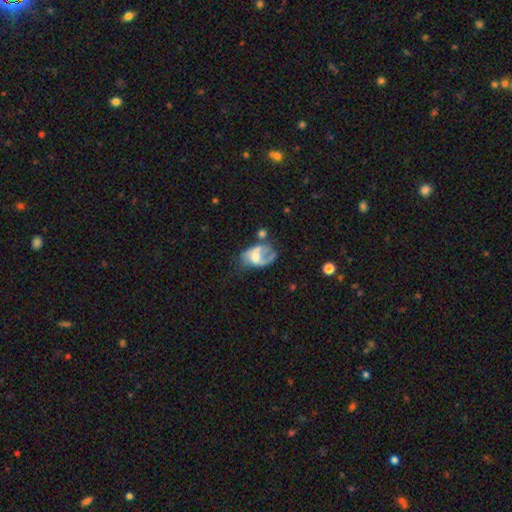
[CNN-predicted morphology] Smooth or featured: featured or disk — 55% (smooth — 36%)
Edge-on disk: no — 96% (yes — 4%)
Bar: no — 45% (weak — 37%)
Spiral arms: yes — 53% (no — 47%)
Bulge size: moderate — 34% (none — 27%)
Merging: major disturbance — 38% (none — 25%)